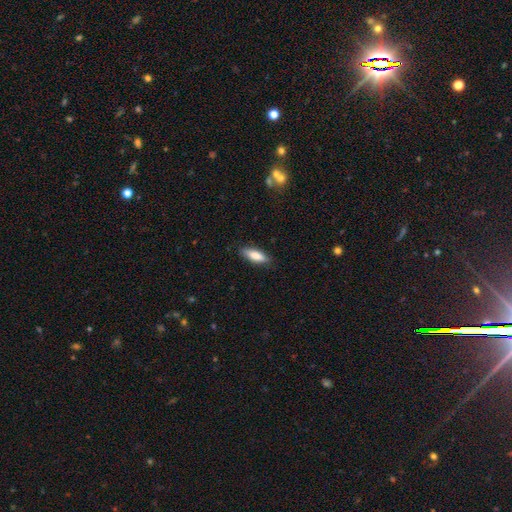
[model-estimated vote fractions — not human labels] The model was most divided on "how rounded": in between: 62%, cigar-shaped: 36%, round: 2%. More confident: merging — none (85%); smooth or featured — smooth (82%).